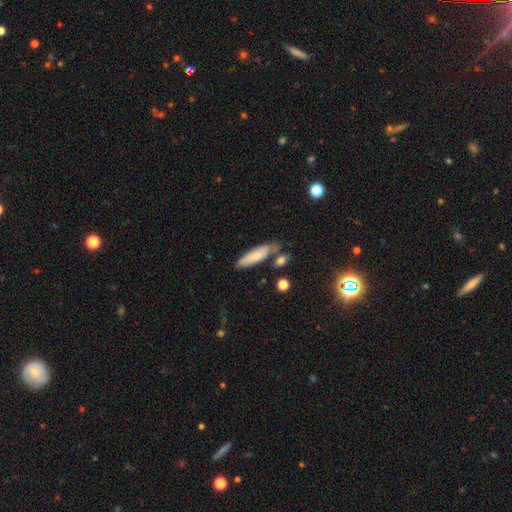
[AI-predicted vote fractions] Smooth or featured? Predicted: smooth (p=0.75). How rounded? Predicted: cigar-shaped (p=0.60). Merging? Predicted: none (p=0.63).